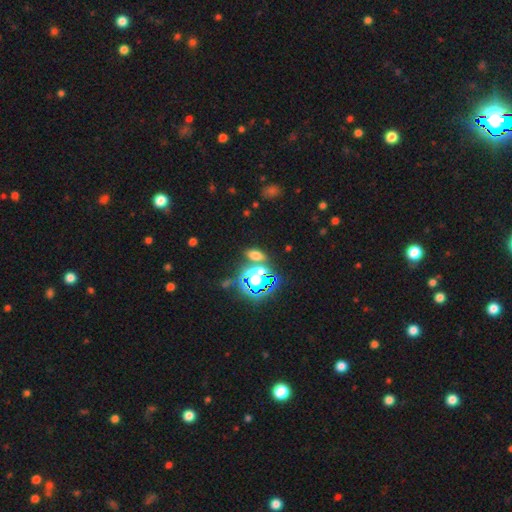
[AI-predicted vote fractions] Morphology: type=smooth (52%); roundness=in between (74%); merging=none (68%).